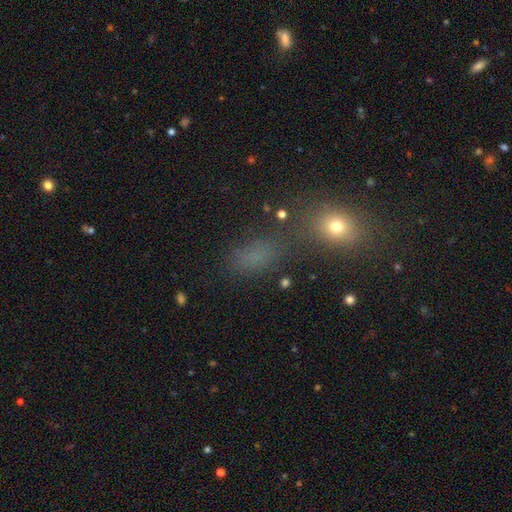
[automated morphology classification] Smooth or featured? smooth (61%)
How rounded? in between (78%)
Merging? none (64%)